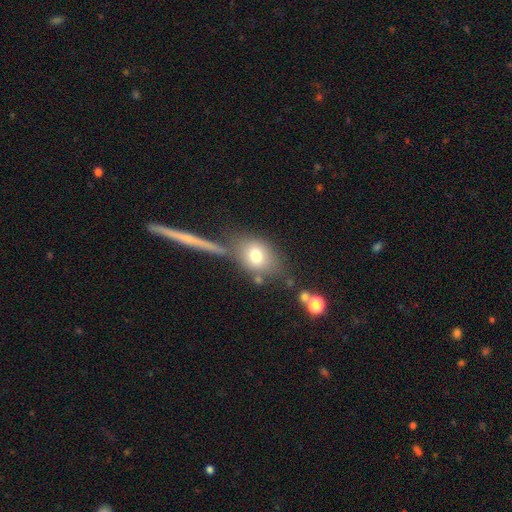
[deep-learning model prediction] Smooth or featured: smooth — 72% (featured or disk — 18%)
How rounded: in between — 59% (round — 37%)
Merging: none — 61% (merger — 16%)